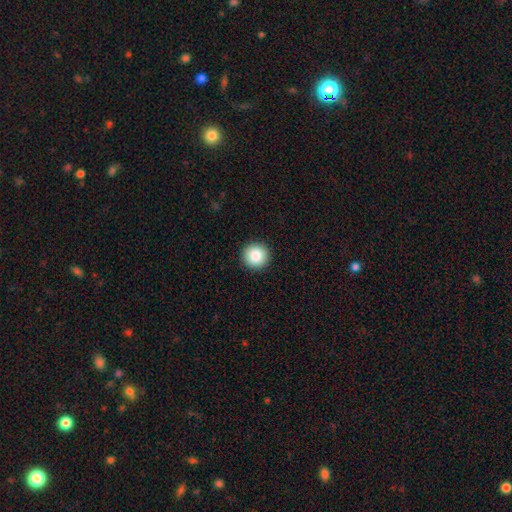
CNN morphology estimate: Overall: smooth (87%). How rounded: round (95%). Merging: none (93%).